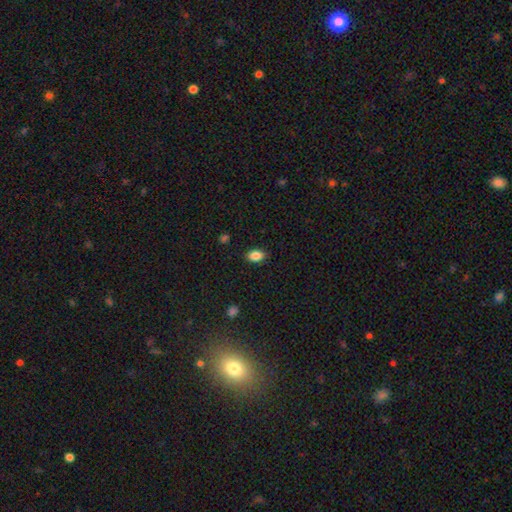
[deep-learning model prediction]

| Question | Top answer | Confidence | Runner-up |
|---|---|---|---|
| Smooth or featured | smooth | 86% | star or artifact (9%) |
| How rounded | in between | 83% | round (15%) |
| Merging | none | 87% | minor disturbance (10%) |